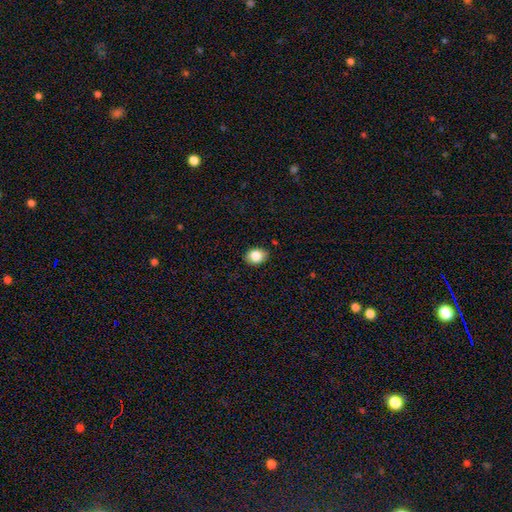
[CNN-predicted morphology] type=smooth (84%); roundness=in between (56%); merging=none (88%).